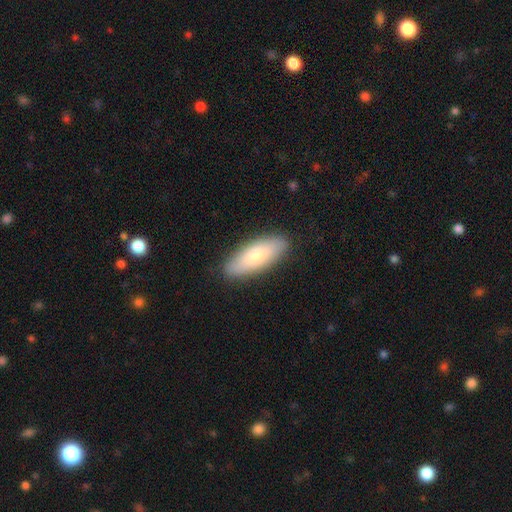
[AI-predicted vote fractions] This appears to be a smooth galaxy with no disk features (73%) that is in between round and cigar-shaped (68%). Merging: none (88%).